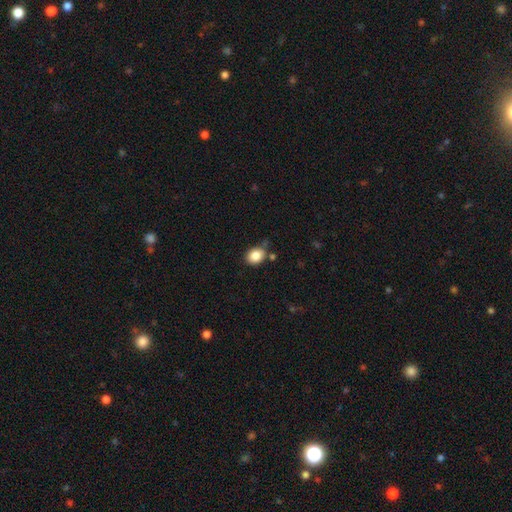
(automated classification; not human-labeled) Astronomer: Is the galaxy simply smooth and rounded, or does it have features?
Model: smooth — 86%.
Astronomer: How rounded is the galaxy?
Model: in between — 55% (runner-up: round, 44%).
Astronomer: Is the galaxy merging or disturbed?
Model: none — 73%.